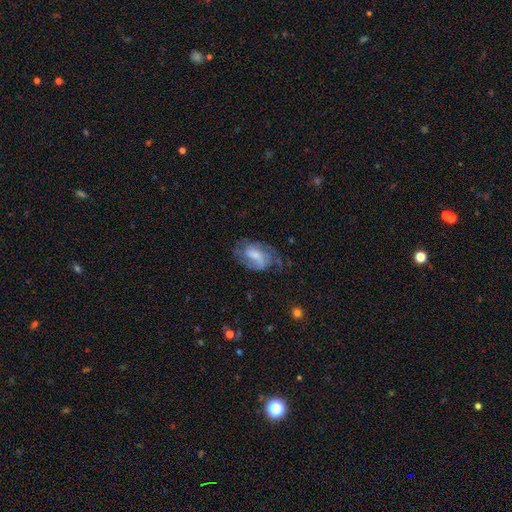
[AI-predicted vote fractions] A featured or disk galaxy (65%) with a weak bar (44%), 2 (52%) medium (46%) spiral arms (86%) and a moderate central bulge (31%).

Vote fractions:
- Smooth or featured? featured or disk: 65% / smooth: 27% / star or artifact: 7%
- Edge-on disk? no: 96% / yes: 4%
- Bar? weak: 44% / no: 37% / strong: 19%
- Spiral arms? yes: 86% / no: 14%
- Spiral winding? medium: 46% / tight: 32% / loose: 22%
- Spiral arm count? 2: 52% / can't tell: 23% / 3: 11% / 1: 8% / 4: 3% / more than 4: 3%
- Bulge size? moderate: 31% / large: 23% / none: 22% / small: 22% / dominant: 3%
- Merging? none: 54% / minor disturbance: 25% / major disturbance: 19% / merger: 2%